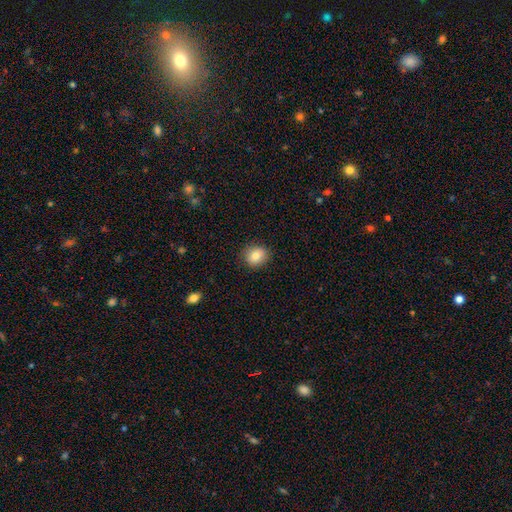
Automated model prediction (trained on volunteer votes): Smooth or featured?
  - smooth: 83% *
  - star or artifact: 9%
  - featured or disk: 8%
How rounded?
  - round: 72% *
  - in between: 27%
  - cigar-shaped: 1%
Merging?
  - none: 89% *
  - minor disturbance: 8%
  - major disturbance: 2%
  - merger: 1%